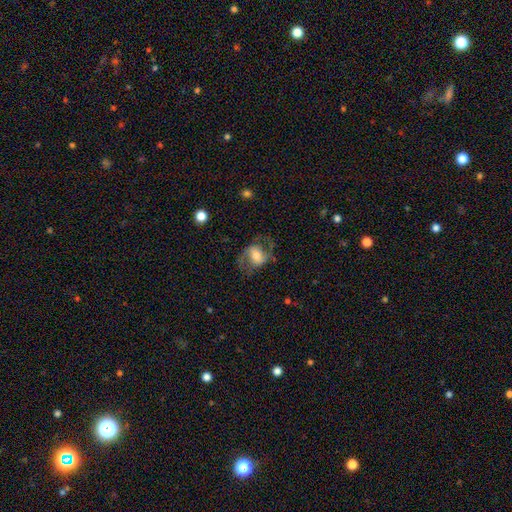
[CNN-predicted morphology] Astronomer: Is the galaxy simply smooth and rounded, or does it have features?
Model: featured or disk — 51% (runner-up: smooth, 41%).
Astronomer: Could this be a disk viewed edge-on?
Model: no — 94%.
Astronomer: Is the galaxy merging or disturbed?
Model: none — 59%.